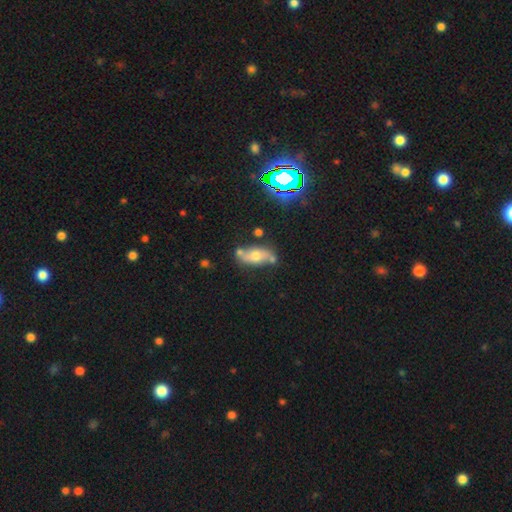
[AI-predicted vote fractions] Smooth or featured?
  - featured or disk: 46% *
  - smooth: 41%
  - star or artifact: 12%
Merging?
  - none: 62% *
  - minor disturbance: 18%
  - merger: 15%
  - major disturbance: 5%